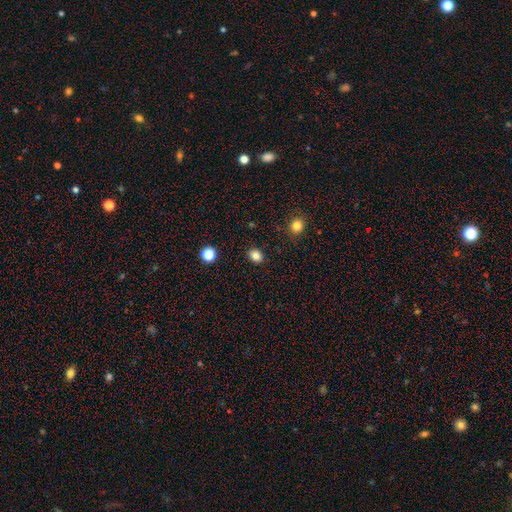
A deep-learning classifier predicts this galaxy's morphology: smooth-or-featured: smooth: 84% | star or artifact: 12% | featured or disk: 4%
  how-rounded: round: 51% | in between: 48% | cigar-shaped: 1%
  merging: none: 88% | minor disturbance: 8% | major disturbance: 2% | merger: 1%